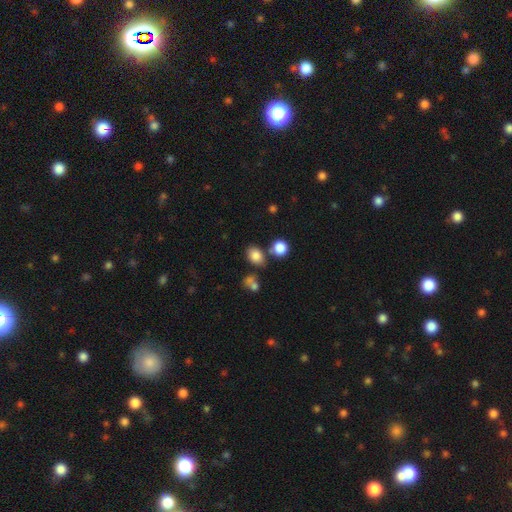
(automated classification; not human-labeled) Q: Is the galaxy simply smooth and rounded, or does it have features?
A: smooth — 81%.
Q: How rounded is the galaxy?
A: in between — 59%.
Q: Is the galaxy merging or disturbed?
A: none — 66%.